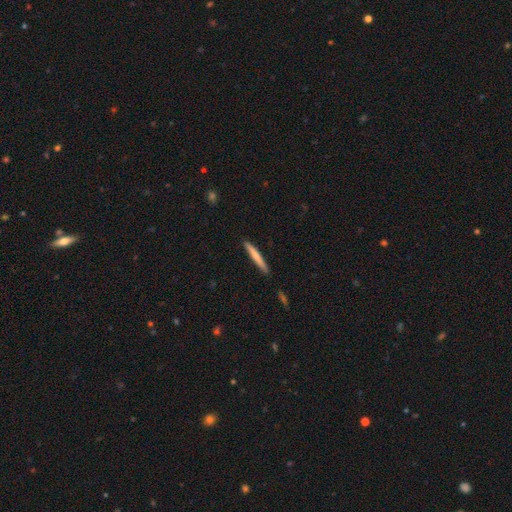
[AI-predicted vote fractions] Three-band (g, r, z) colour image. It shows a smooth galaxy with no disk features (65%) that is cigar-shaped (95%). Merging: none (89%).